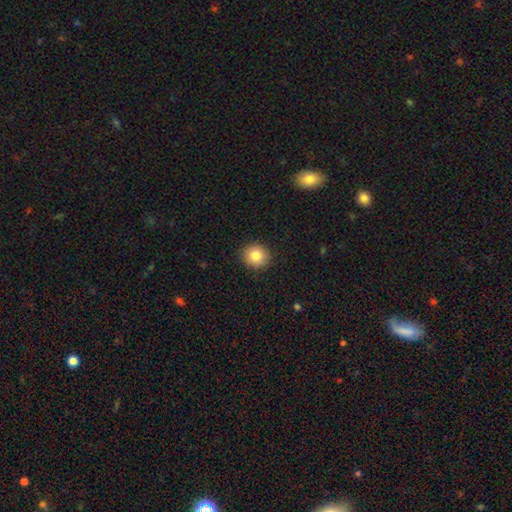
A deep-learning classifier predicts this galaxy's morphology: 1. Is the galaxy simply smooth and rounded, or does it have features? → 84% smooth, 9% star or artifact, 7% featured or disk.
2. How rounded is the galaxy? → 84% round, 16% in between, 1% cigar-shaped.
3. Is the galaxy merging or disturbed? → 90% none, 7% minor disturbance, 2% major disturbance, 1% merger.